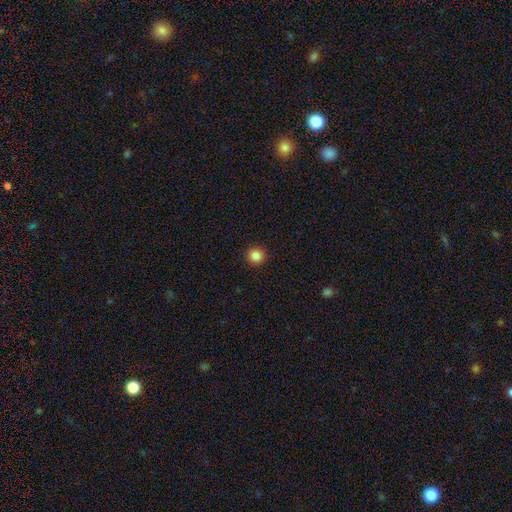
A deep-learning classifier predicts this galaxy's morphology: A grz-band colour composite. It shows a smooth galaxy with no disk features (86%) that is round (95%). Merging: none (93%).